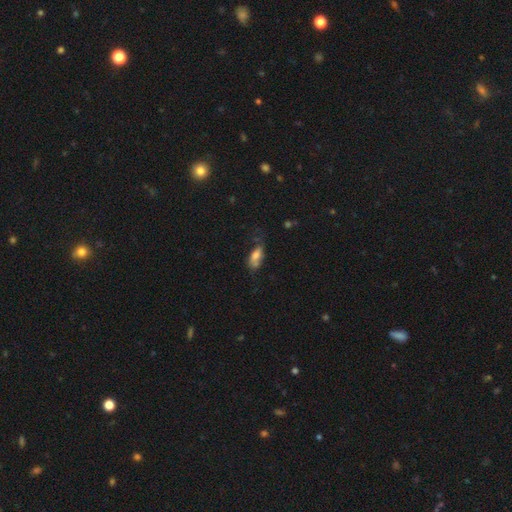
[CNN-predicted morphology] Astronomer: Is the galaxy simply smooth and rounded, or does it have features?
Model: smooth — 68%.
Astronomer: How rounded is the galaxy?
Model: in between — 80%.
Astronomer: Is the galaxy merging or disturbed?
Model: none — 41% (runner-up: minor disturbance, 32%).